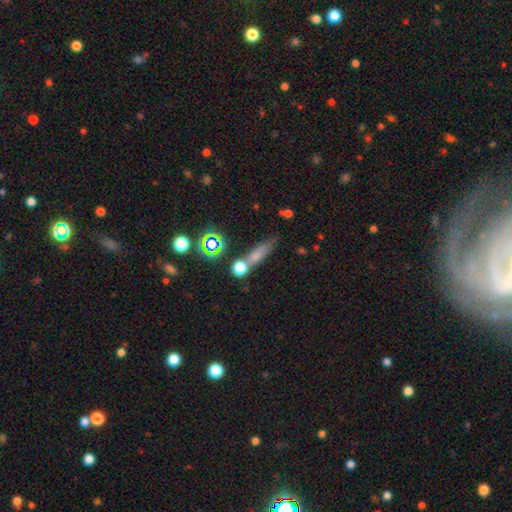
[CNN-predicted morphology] smooth-or-featured: smooth: 61% | star or artifact: 21% | featured or disk: 18%
  how-rounded: cigar-shaped: 63% | in between: 22% | round: 15%
  merging: none: 61% | merger: 18% | minor disturbance: 14% | major disturbance: 7%